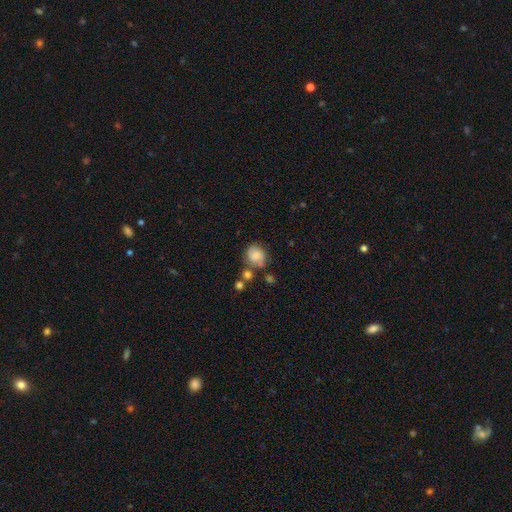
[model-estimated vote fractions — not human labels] Overall: smooth (57%; featured or disk 32%). How rounded: round (66%; in between 33%). Merging: none (52%; minor disturbance 23%).